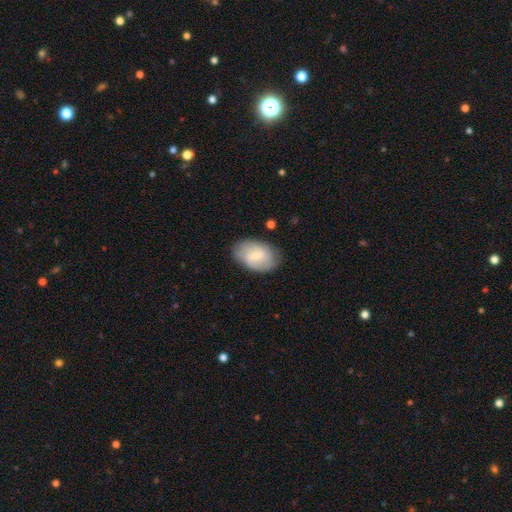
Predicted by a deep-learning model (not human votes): smooth-or-featured: featured or disk: 47% | smooth: 46% | star or artifact: 6%
  merging: none: 77% | minor disturbance: 17% | major disturbance: 4% | merger: 2%